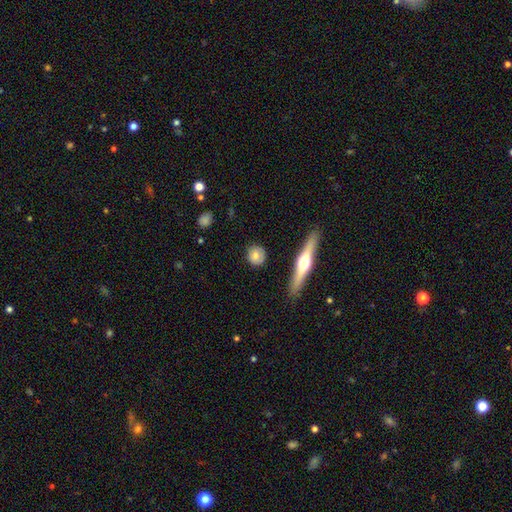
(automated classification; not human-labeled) smooth-or-featured: smooth: 70% | featured or disk: 23% | star or artifact: 7%
  how-rounded: round: 84% | in between: 12% | cigar-shaped: 4%
  merging: none: 86% | minor disturbance: 9% | major disturbance: 2% | merger: 2%